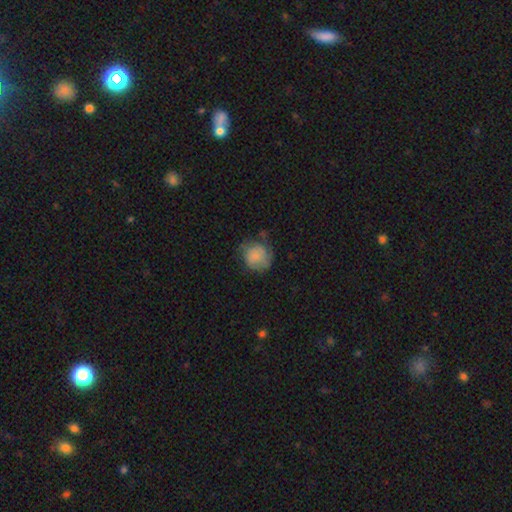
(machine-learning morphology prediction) The model was most divided on "merging": none: 56%, minor disturbance: 29%, major disturbance: 13%, merger: 2%. More confident: how rounded — round (84%); smooth or featured — smooth (68%).